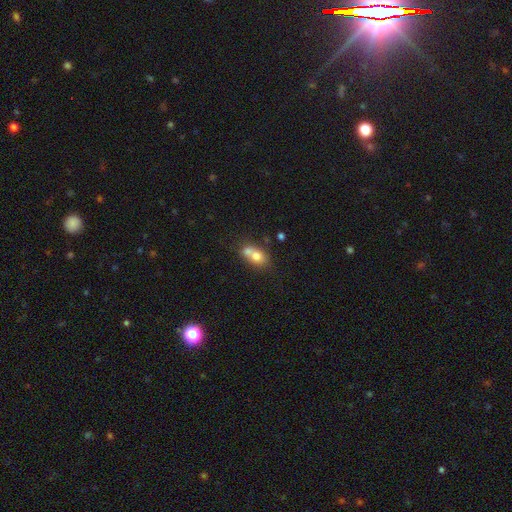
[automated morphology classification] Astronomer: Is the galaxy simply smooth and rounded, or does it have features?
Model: smooth — 71%.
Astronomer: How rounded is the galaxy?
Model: in between — 57% (runner-up: round, 41%).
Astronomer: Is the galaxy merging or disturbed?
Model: merger — 61%.